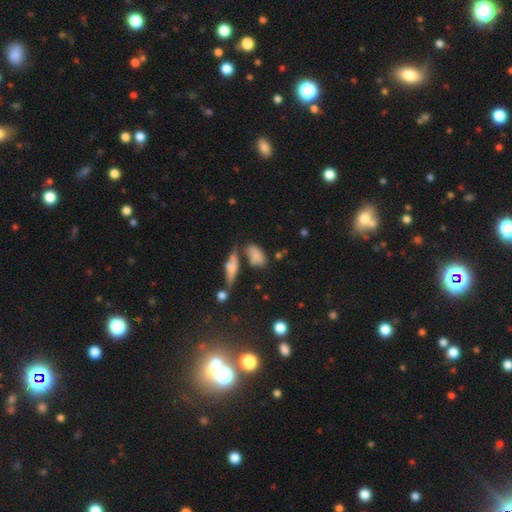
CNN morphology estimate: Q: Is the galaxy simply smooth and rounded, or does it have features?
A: smooth — 76%.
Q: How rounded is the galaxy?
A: in between — 85%.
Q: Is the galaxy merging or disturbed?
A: none — 54%.